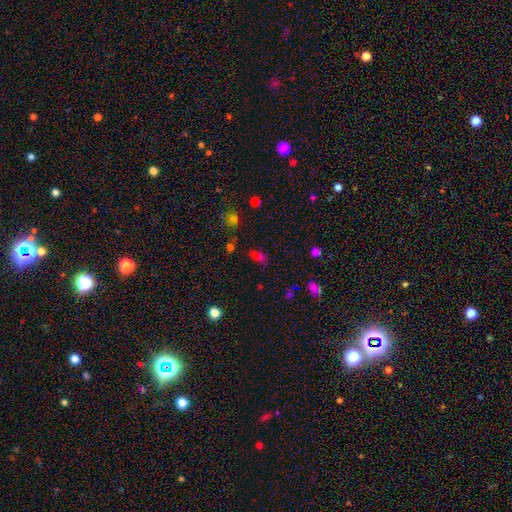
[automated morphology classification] Smooth or featured? smooth (59%)
How rounded? in between (72%)
Merging? none (61%)